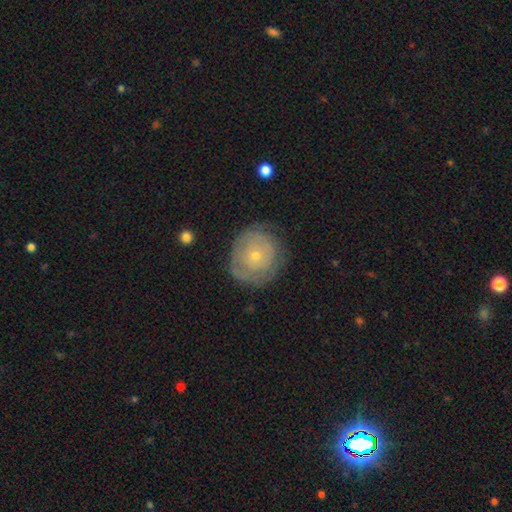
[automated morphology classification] Smooth or featured? Predicted: featured or disk (p=0.56). Edge-on disk? Predicted: no (p=0.96). Bar? Predicted: no (p=0.87). Spiral arms? Predicted: yes (p=0.61). Bulge size? Predicted: small (p=0.68). Merging? Predicted: none (p=0.69).